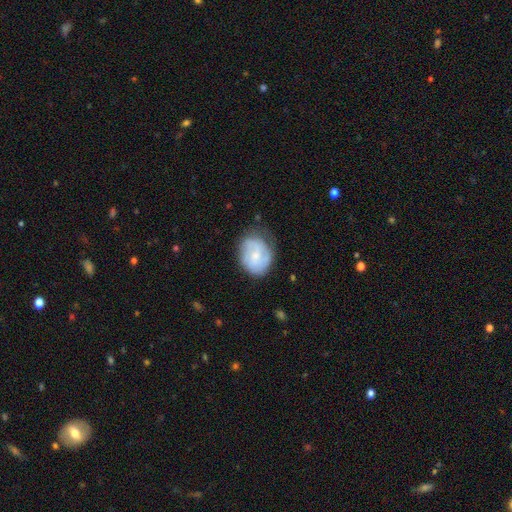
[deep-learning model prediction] smooth-or-featured: featured or disk: 53% | smooth: 41% | star or artifact: 6%
  disk-edge-on: no: 98% | yes: 2%
    bar: no: 62% | weak: 32% | strong: 5%
    has-spiral-arms: yes: 78% | no: 22%
    bulge-size: small: 49% | moderate: 38% | none: 8% | large: 3% | dominant: 1%
  merging: none: 60% | minor disturbance: 28% | major disturbance: 11% | merger: 2%